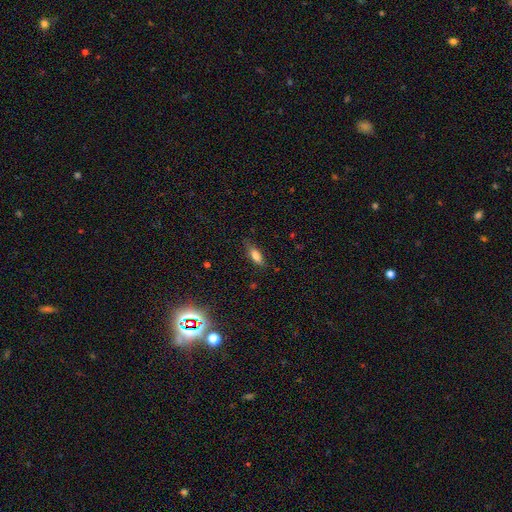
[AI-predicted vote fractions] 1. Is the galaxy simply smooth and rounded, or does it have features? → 79% smooth, 12% featured or disk, 10% star or artifact.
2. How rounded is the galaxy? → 72% in between, 25% cigar-shaped, 3% round.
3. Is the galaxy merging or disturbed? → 73% none, 21% minor disturbance, 5% major disturbance, 2% merger.